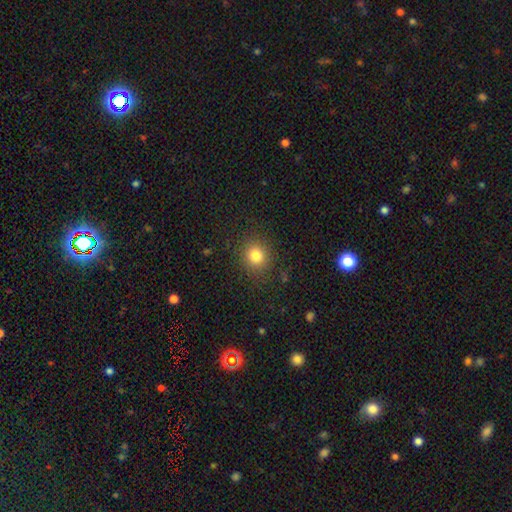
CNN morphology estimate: type=smooth (81%); roundness=round (83%); merging=none (88%).